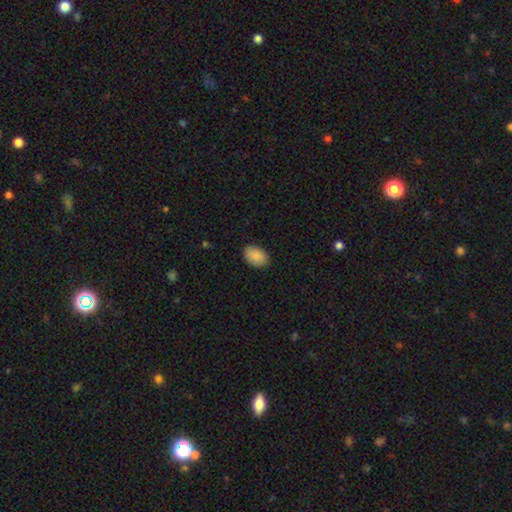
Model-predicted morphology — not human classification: type=smooth (90%); roundness=in between (88%); merging=none (88%).